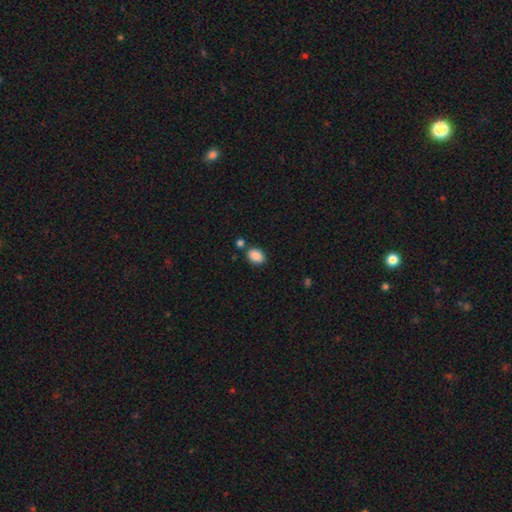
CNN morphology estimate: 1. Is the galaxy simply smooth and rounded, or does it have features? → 88% smooth, 8% star or artifact, 4% featured or disk.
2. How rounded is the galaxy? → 76% in between, 23% round, 1% cigar-shaped.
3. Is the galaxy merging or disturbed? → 75% none, 11% merger, 11% minor disturbance, 3% major disturbance.